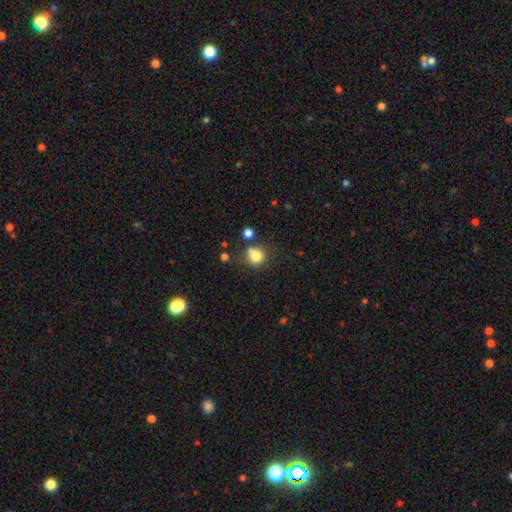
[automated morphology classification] A smooth galaxy with no disk features (80%) that is round (87%). Merging: none (63%).